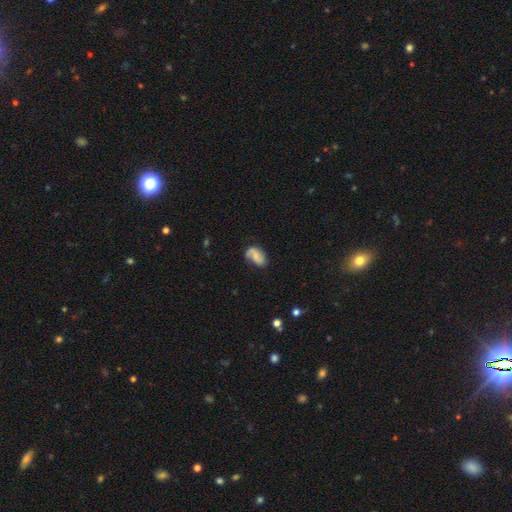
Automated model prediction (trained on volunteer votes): smooth_or_featured: featured or disk (p=0.50) [alt: smooth p=0.42]
disk_edge_on: no (p=0.97) [alt: yes p=0.03]
merging: none (p=0.56) [alt: minor disturbance p=0.28]